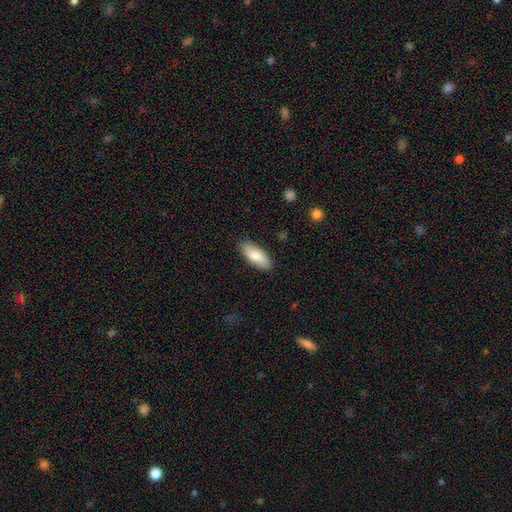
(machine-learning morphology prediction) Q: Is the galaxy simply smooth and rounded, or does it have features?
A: smooth — 83%.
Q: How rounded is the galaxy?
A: in between — 79%.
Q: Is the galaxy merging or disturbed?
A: none — 86%.